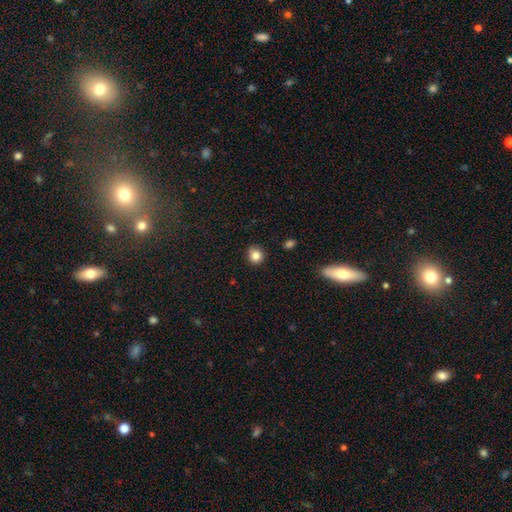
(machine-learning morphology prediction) A smooth galaxy with no disk features (83%) that is round (85%).

Vote fractions:
- Smooth or featured? smooth: 83% / star or artifact: 11% / featured or disk: 6%
- How rounded? round: 85% / in between: 14% / cigar-shaped: 1%
- Merging? none: 85% / minor disturbance: 11% / major disturbance: 2% / merger: 1%